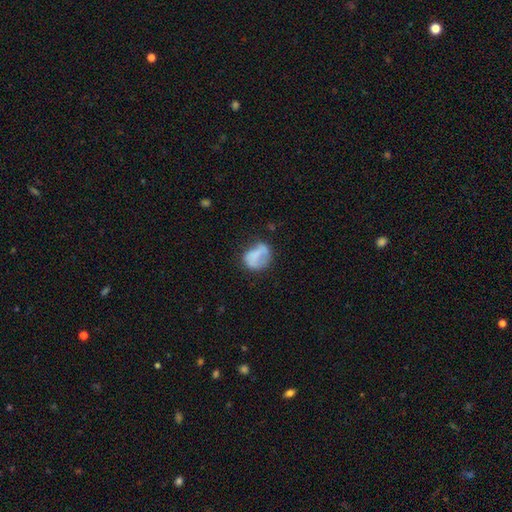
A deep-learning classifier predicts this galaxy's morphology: Q: Smooth or featured?
A: smooth (65%); runner-up: featured or disk (26%)
Q: How rounded?
A: in between (52%); runner-up: round (47%)
Q: Merging?
A: none (41%); runner-up: minor disturbance (30%)